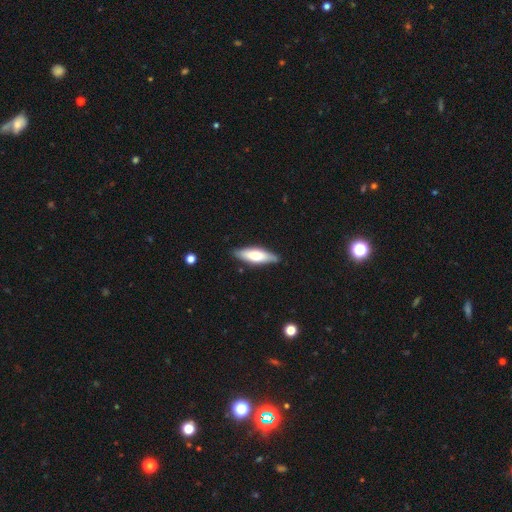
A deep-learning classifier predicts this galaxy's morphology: This is likely a smooth galaxy (60%). How rounded: possibly cigar-shaped (51%). Merging: clearly none (84%).